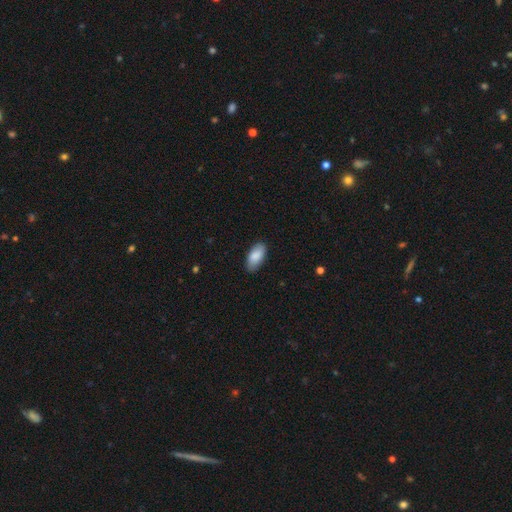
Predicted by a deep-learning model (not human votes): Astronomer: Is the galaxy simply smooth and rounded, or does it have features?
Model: smooth — 87%.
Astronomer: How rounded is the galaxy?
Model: in between — 94%.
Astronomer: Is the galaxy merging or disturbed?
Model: none — 85%.